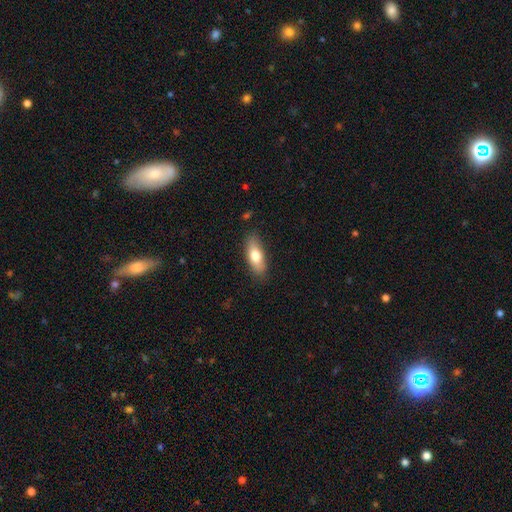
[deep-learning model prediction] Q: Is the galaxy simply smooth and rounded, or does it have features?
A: smooth — 73%.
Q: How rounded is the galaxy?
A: in between — 70%.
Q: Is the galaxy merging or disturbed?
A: none — 83%.